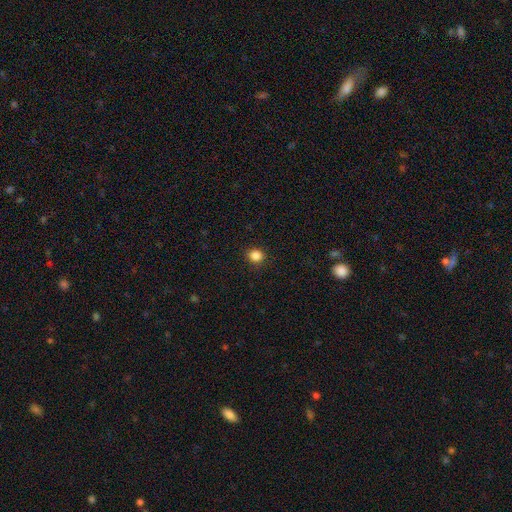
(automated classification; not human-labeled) This appears to be a smooth galaxy with no disk features (86%) that is round (77%). Merging: none (90%).